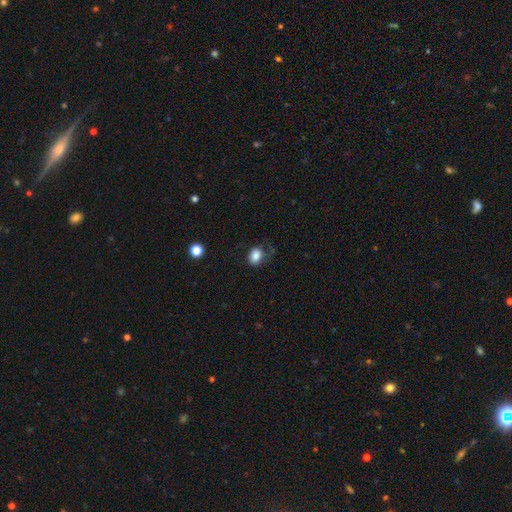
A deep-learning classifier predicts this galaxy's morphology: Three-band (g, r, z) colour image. It shows a smooth galaxy with no disk features (84%) that is in between round and cigar-shaped (64%). Merging: none (65%).